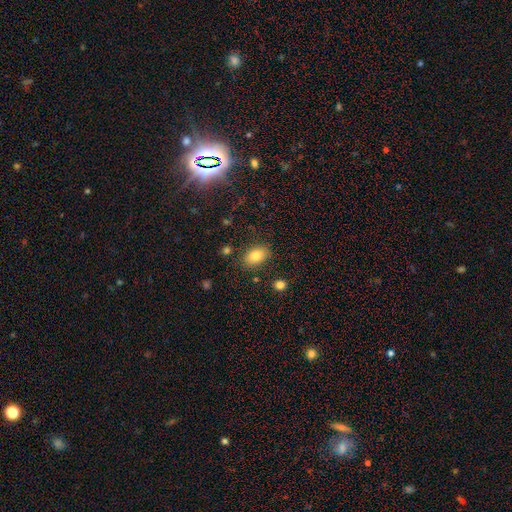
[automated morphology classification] The model was most divided on "how rounded": in between: 84%, round: 15%, cigar-shaped: 2%. More confident: merging — none (83%); smooth or featured — smooth (80%).